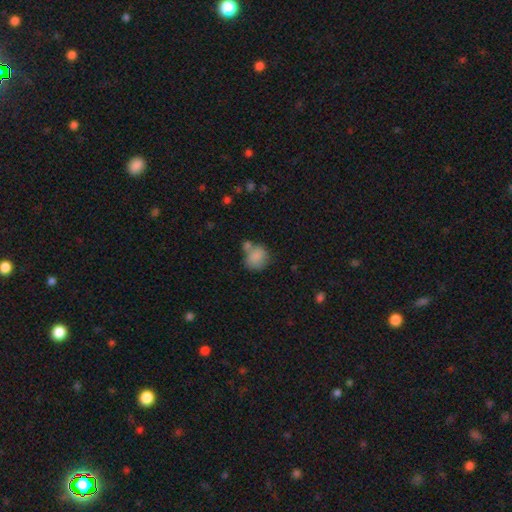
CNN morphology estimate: A smooth galaxy with no disk features (82%) that is round (67%).

Vote fractions:
- Smooth or featured? smooth: 82% / featured or disk: 10% / star or artifact: 9%
- How rounded? round: 67% / in between: 32% / cigar-shaped: 1%
- Merging? none: 43% / merger: 29% / minor disturbance: 19% / major disturbance: 9%